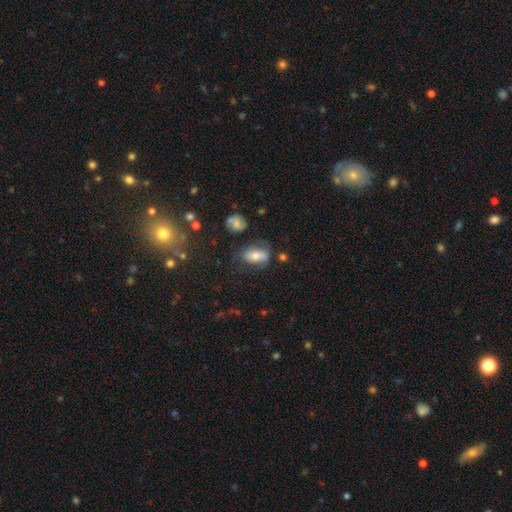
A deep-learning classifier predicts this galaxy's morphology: Q: Smooth or featured?
A: smooth (60%); runner-up: featured or disk (28%)
Q: How rounded?
A: in between (85%); runner-up: round (10%)
Q: Merging?
A: none (59%); runner-up: minor disturbance (25%)